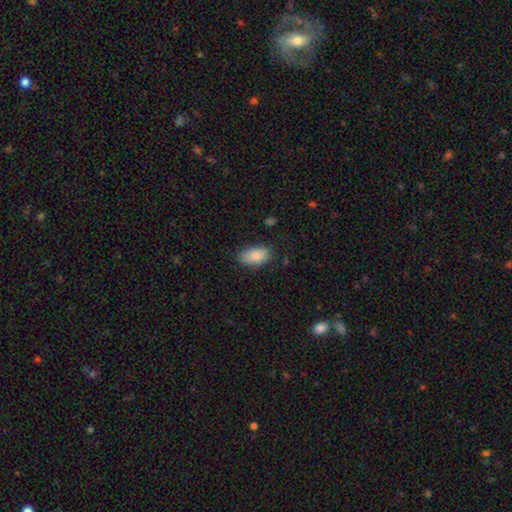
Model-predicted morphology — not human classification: This is clearly a smooth galaxy (85%). How rounded: clearly in between (93%). Merging: likely none (79%).